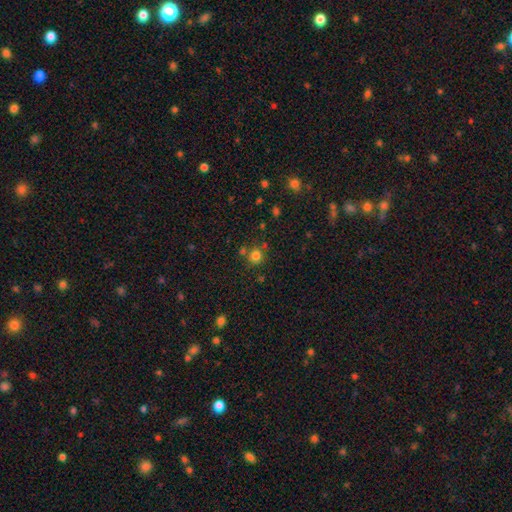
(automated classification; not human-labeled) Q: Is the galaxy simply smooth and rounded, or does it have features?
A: smooth — 79%.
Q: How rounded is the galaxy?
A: round — 89%.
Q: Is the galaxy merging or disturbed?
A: none — 74%.